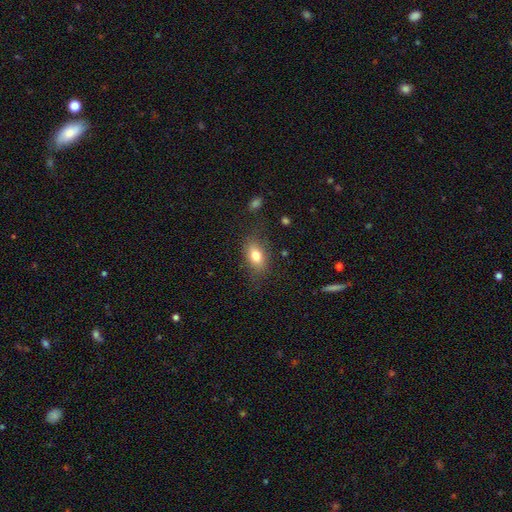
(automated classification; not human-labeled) Smooth or featured: smooth — 78% (featured or disk — 13%)
How rounded: in between — 82% (round — 14%)
Merging: none — 75% (minor disturbance — 17%)